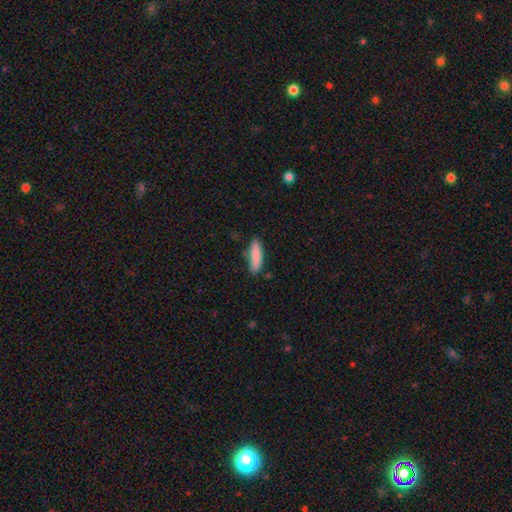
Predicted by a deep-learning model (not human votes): Smooth or featured?
  - smooth: 86% *
  - featured or disk: 8%
  - star or artifact: 6%
How rounded?
  - cigar-shaped: 66% *
  - in between: 32%
  - round: 2%
Merging?
  - none: 78% *
  - minor disturbance: 16%
  - merger: 3%
  - major disturbance: 3%